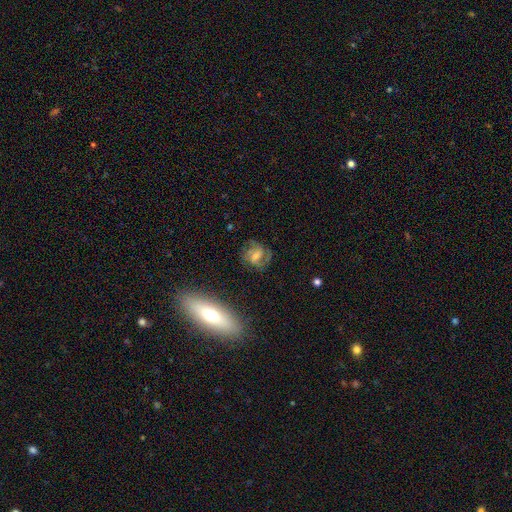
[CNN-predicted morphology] A featured or disk galaxy (71%) with a weak bar (47%), 2 (54%) medium (47%) spiral arms (90%) and a small central bulge (46%). Merging: none (70%).